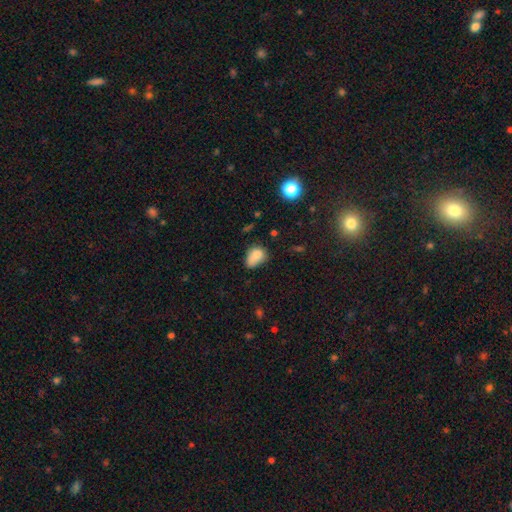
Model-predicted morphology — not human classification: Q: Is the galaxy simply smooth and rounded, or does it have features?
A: smooth — 79%.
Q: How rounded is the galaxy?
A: in between — 74%.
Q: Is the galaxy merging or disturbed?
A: minor disturbance — 39%.